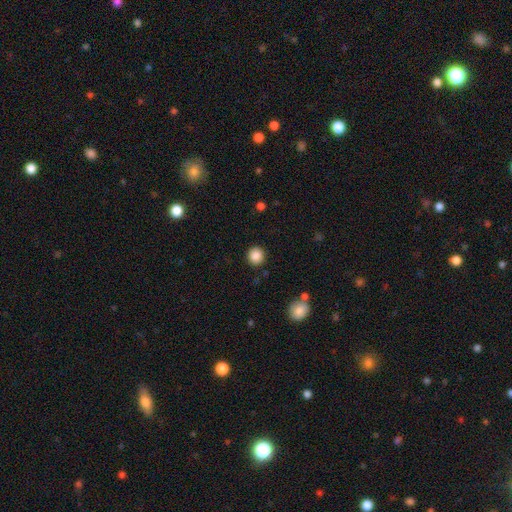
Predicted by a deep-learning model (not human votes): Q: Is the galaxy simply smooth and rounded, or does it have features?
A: smooth — 87%.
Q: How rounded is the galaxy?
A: round — 91%.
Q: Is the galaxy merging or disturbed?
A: none — 90%.